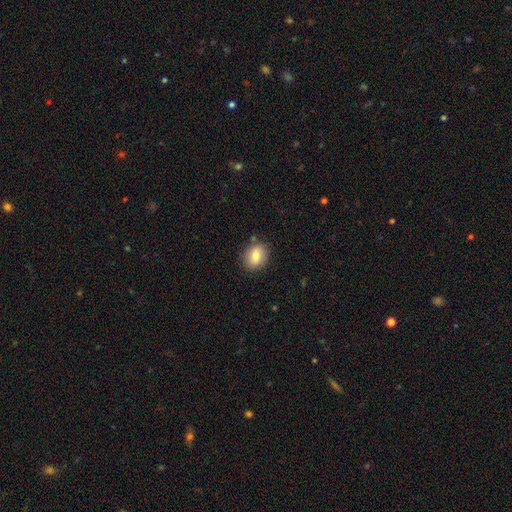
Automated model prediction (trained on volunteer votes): smooth_or_featured: smooth (p=0.78) [alt: featured or disk p=0.14]
how_rounded: in between (p=0.55) [alt: round p=0.44]
merging: none (p=0.83) [alt: minor disturbance p=0.12]